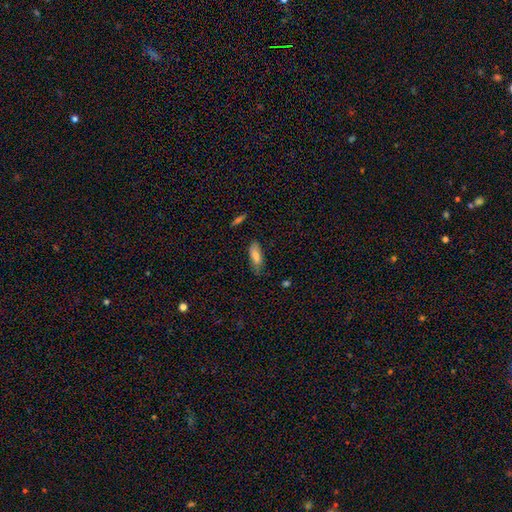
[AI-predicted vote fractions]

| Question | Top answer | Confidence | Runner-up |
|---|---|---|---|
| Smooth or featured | smooth | 77% | featured or disk (15%) |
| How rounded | in between | 68% | cigar-shaped (29%) |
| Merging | none | 66% | minor disturbance (26%) |